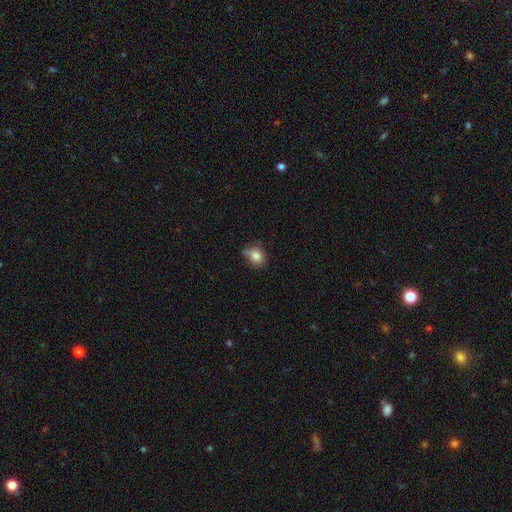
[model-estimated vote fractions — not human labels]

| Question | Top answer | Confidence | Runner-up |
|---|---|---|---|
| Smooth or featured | smooth | 82% | star or artifact (10%) |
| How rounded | round | 63% | in between (36%) |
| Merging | none | 58% | minor disturbance (32%) |